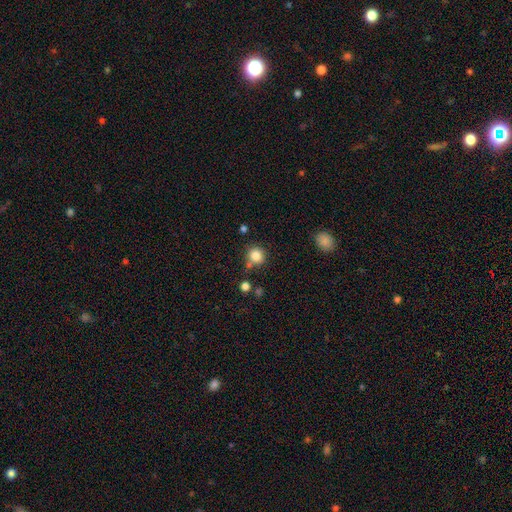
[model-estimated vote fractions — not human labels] smooth-or-featured: smooth: 84% | star or artifact: 11% | featured or disk: 5%
  how-rounded: round: 89% | in between: 10% | cigar-shaped: 1%
  merging: none: 75% | minor disturbance: 11% | merger: 10% | major disturbance: 3%